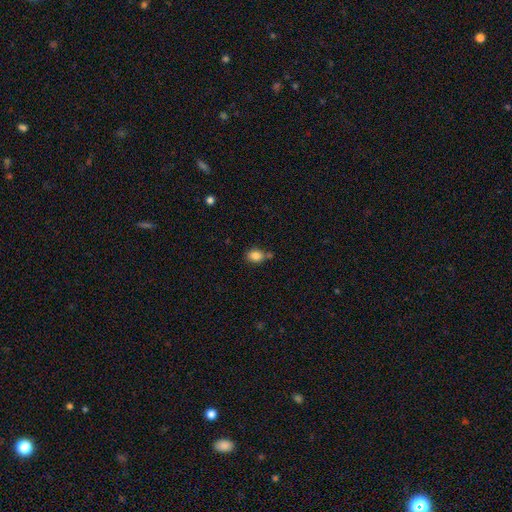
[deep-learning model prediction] Smooth or featured?
  - smooth: 84% *
  - star or artifact: 10%
  - featured or disk: 6%
How rounded?
  - in between: 58% *
  - round: 41%
  - cigar-shaped: 1%
Merging?
  - none: 61% *
  - minor disturbance: 19%
  - merger: 15%
  - major disturbance: 5%